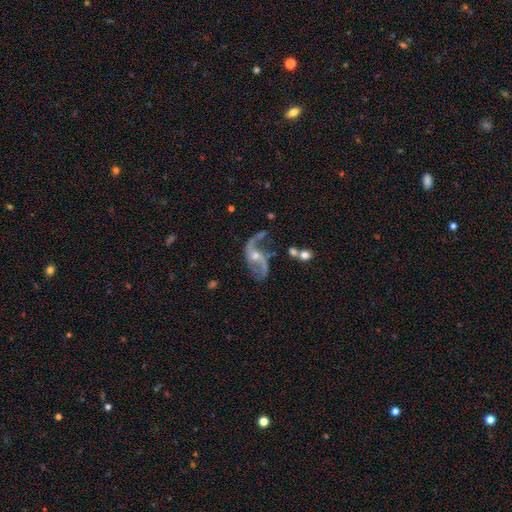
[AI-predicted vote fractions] A featured or disk galaxy (88%) with no bar (52%), 2 (90%) loose (77%) spiral arms (95%) and a moderate central bulge (49%). Merging: none (54%).